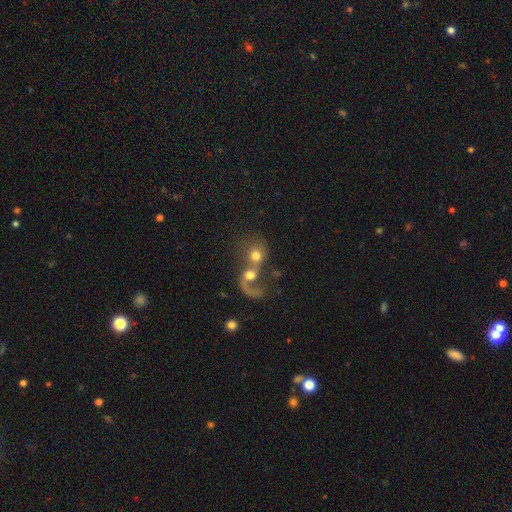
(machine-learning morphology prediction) smooth_or_featured: smooth (p=0.48) [alt: featured or disk p=0.42]
merging: merger (p=0.75) [alt: none p=0.11]